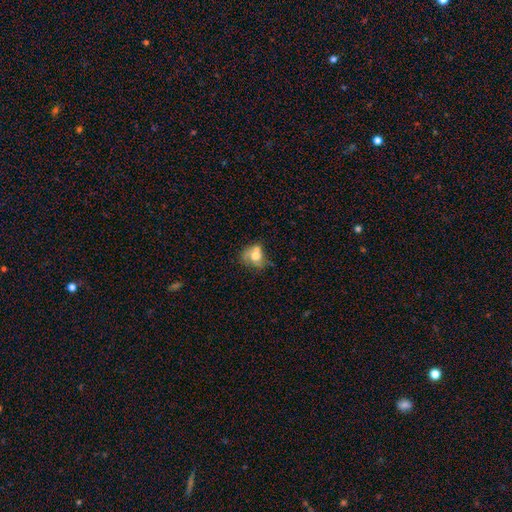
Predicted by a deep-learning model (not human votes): Smooth or featured? Predicted: smooth (p=0.63). How rounded? Predicted: round (p=0.53). Merging? Predicted: merger (p=0.35).